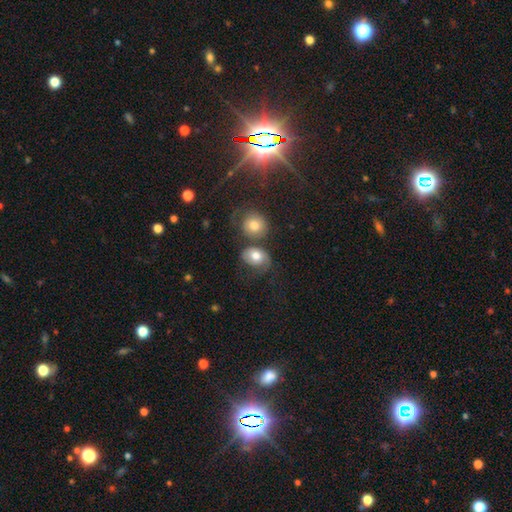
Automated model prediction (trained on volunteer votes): A smooth galaxy with no disk features (67%) that is in between round and cigar-shaped (56%).

Vote fractions:
- Smooth or featured? smooth: 67% / featured or disk: 25% / star or artifact: 8%
- How rounded? in between: 56% / round: 43% / cigar-shaped: 1%
- Merging? none: 36% / merger: 28% / minor disturbance: 19% / major disturbance: 17%